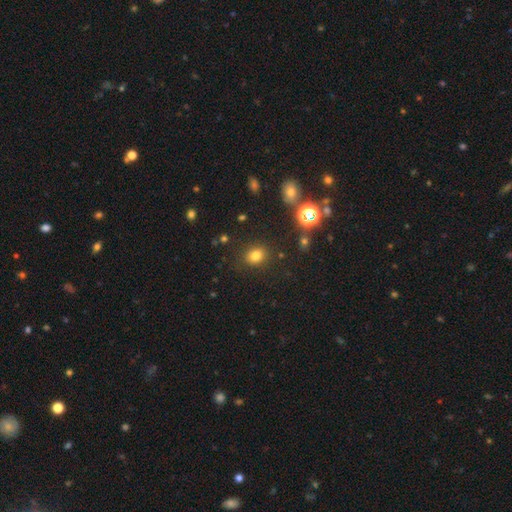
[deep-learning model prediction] smooth 78%, star or artifact 16%, featured or disk 7%. Down the decision tree: how rounded — round (50%); merging — none (85%).